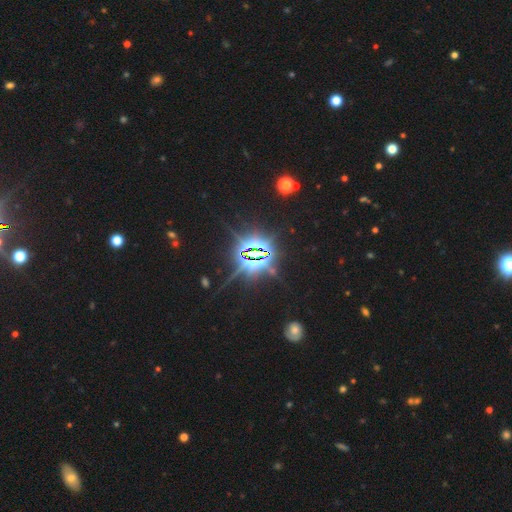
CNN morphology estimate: Smooth or featured: star or artifact — 85% (featured or disk — 8%)